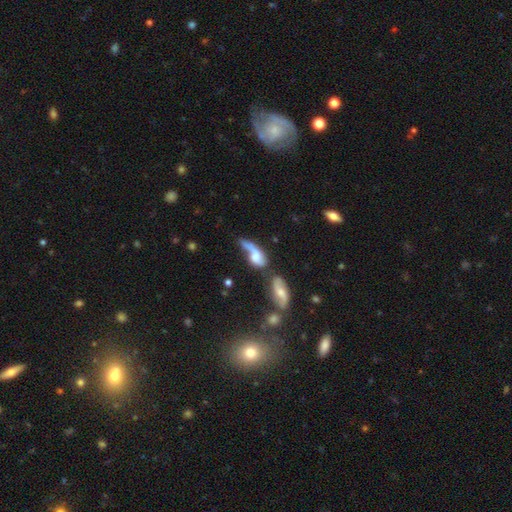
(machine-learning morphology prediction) This is possibly a featured or disk galaxy (48%). Merging: marginally merger (42%).